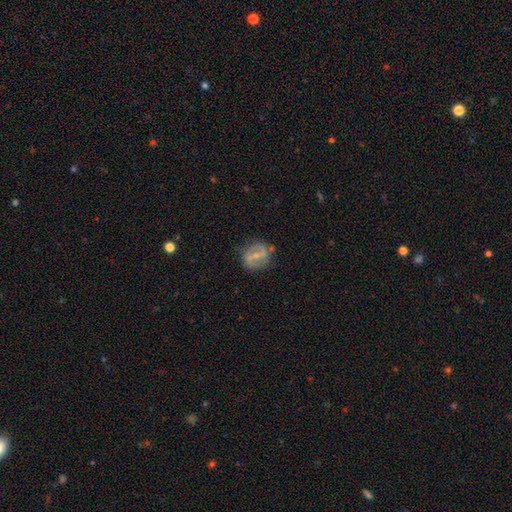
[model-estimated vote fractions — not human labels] Morphology: type=featured or disk (59%); edge-on=no (94%); bar=strong (49%); spiral arms=yes (51%); bulge=small (57%); merging=none (74%).